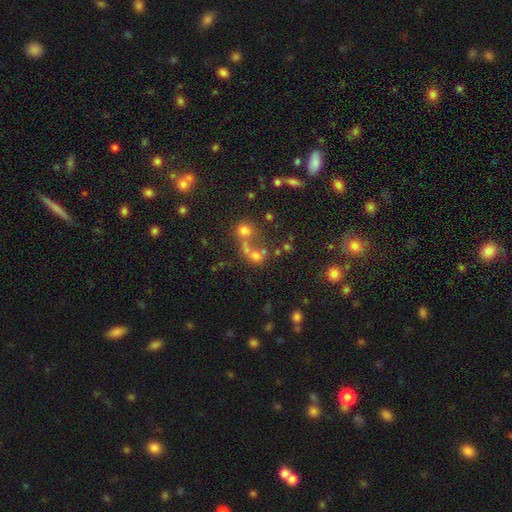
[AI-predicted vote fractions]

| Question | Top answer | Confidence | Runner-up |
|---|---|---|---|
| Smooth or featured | smooth | 56% | star or artifact (24%) |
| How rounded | round | 58% | in between (40%) |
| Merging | merger | 49% | none (30%) |